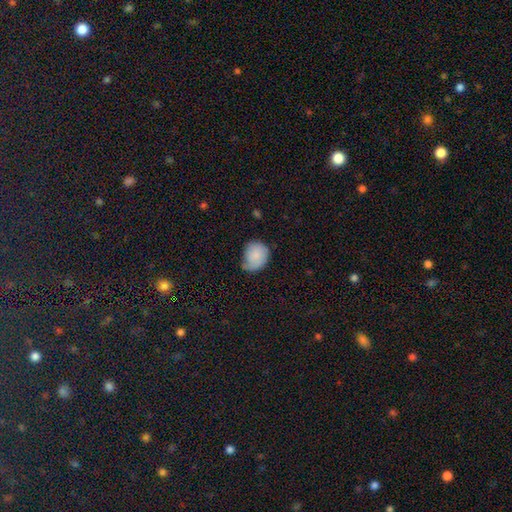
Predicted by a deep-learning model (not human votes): smooth-or-featured: smooth: 77% | featured or disk: 16% | star or artifact: 7%
  how-rounded: round: 56% | in between: 43% | cigar-shaped: 1%
  merging: none: 43% | minor disturbance: 42% | major disturbance: 13% | merger: 3%